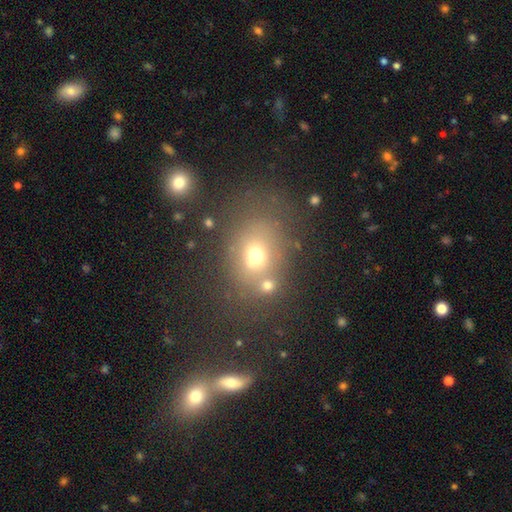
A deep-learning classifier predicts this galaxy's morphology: A smooth galaxy with no disk features (64%) that is in between round and cigar-shaped (54%).

Vote fractions:
- Smooth or featured? smooth: 64% / star or artifact: 19% / featured or disk: 17%
- How rounded? in between: 54% / round: 44% / cigar-shaped: 1%
- Merging? none: 58% / merger: 16% / minor disturbance: 16% / major disturbance: 9%